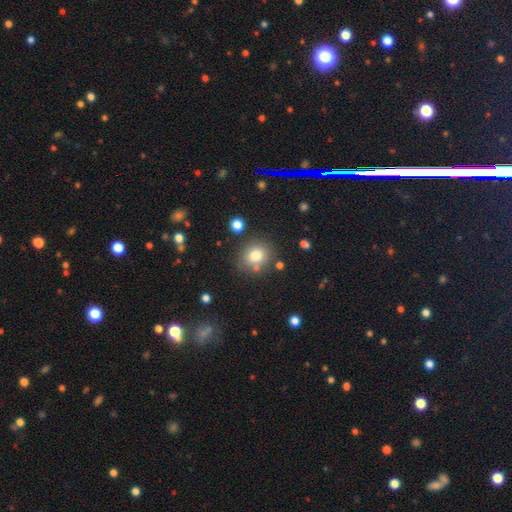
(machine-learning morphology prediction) Smooth or featured?
  - smooth: 78% *
  - star or artifact: 12%
  - featured or disk: 9%
How rounded?
  - round: 75% *
  - in between: 24%
  - cigar-shaped: 1%
Merging?
  - none: 78% *
  - minor disturbance: 11%
  - merger: 8%
  - major disturbance: 4%